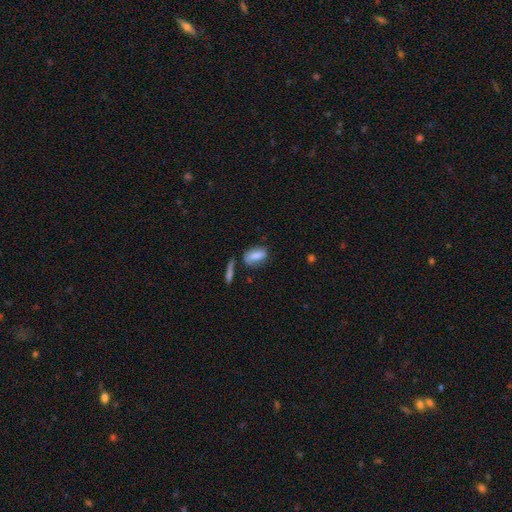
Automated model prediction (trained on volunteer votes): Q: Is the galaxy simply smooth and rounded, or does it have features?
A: smooth — 79%.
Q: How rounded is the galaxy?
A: in between — 84%.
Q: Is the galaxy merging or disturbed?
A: none — 57%.